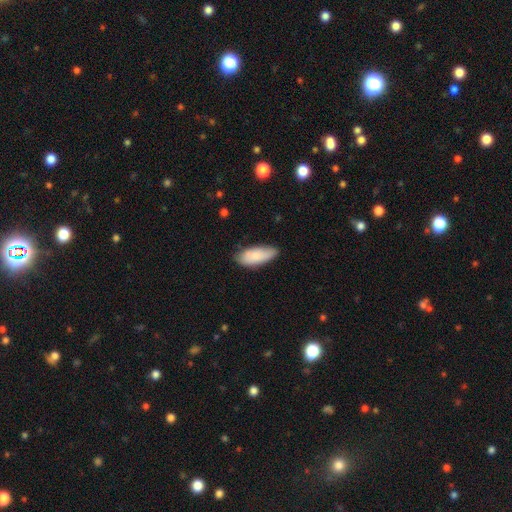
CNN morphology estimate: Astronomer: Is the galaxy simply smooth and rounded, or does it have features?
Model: smooth — 84%.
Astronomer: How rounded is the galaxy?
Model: in between — 83%.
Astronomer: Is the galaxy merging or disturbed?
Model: none — 73%.